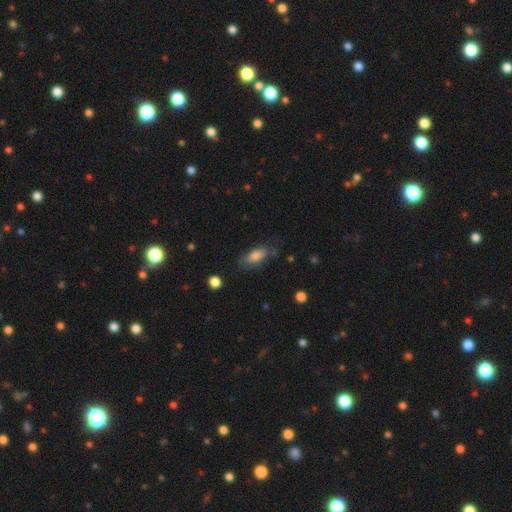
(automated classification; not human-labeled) Smooth or featured? Predicted: smooth (p=0.81). How rounded? Predicted: in between (p=0.82). Merging? Predicted: none (p=0.70).